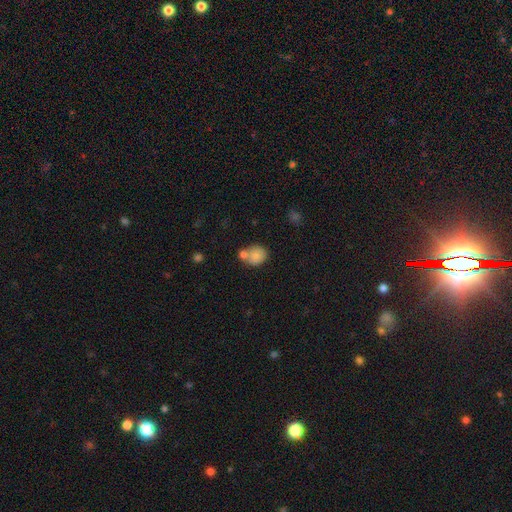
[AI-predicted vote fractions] Smooth or featured? Predicted: smooth (p=0.81). How rounded? Predicted: round (p=0.67). Merging? Predicted: none (p=0.49).